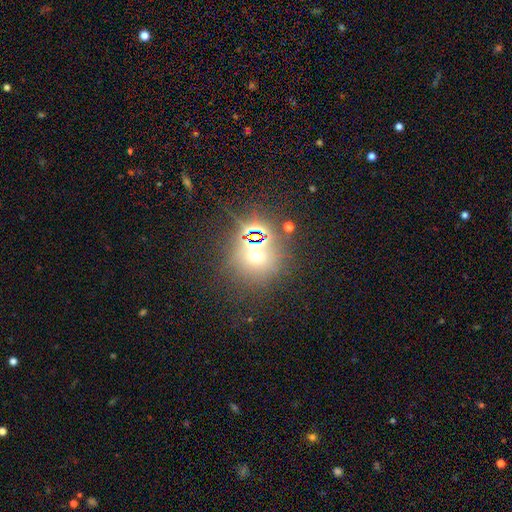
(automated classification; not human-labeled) A star or artifact, not a galaxy (51%).